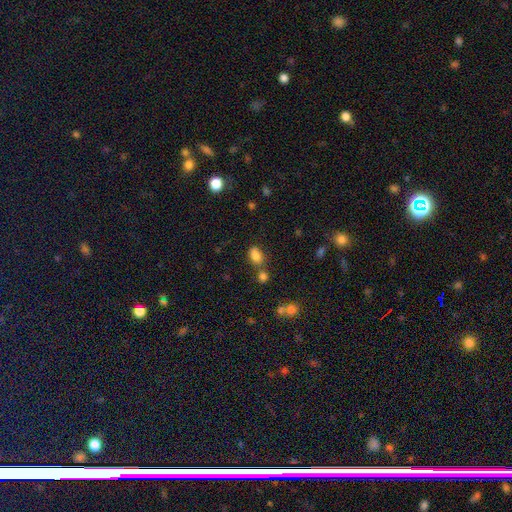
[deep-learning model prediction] Overall: smooth (81%). How rounded: in between (82%). Merging: none (56%; merger 24%).